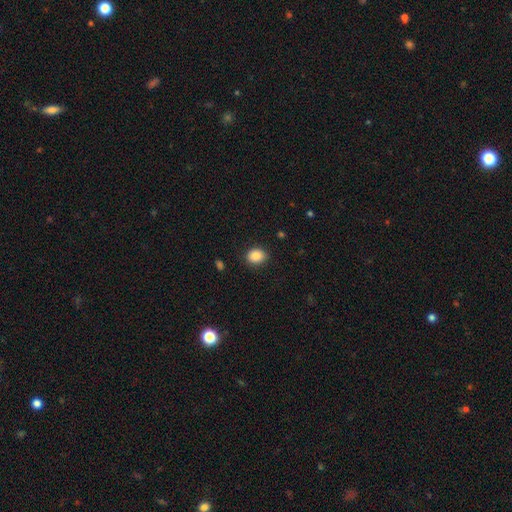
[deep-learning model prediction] A smooth galaxy with no disk features (87%) that is round (50%).

Vote fractions:
- Smooth or featured? smooth: 87% / star or artifact: 9% / featured or disk: 4%
- How rounded? round: 50% / in between: 49% / cigar-shaped: 1%
- Merging? none: 87% / minor disturbance: 9% / major disturbance: 3% / merger: 1%